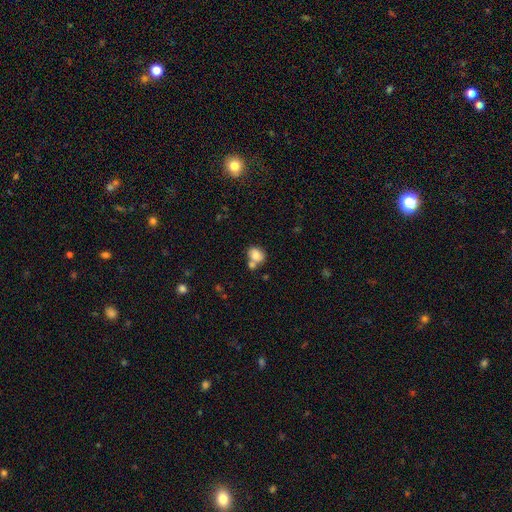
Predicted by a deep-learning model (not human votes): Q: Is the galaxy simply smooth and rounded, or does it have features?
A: smooth — 79%.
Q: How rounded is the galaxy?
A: in between — 52%.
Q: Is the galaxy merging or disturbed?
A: none — 43%.